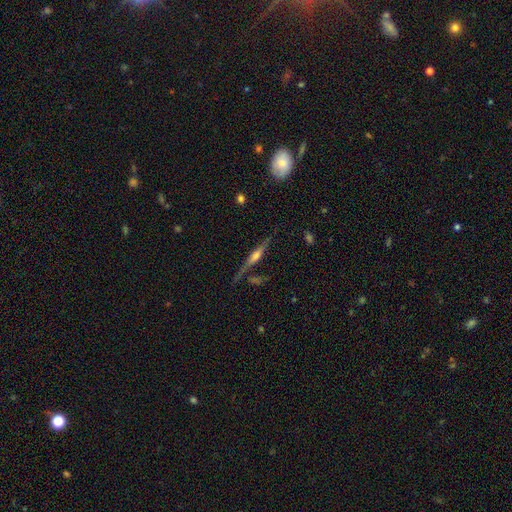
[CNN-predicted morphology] Smooth or featured? featured or disk (71%)
Edge-on disk? yes (94%)
Edge-on bulge? rounded (70%)
Merging? none (69%)